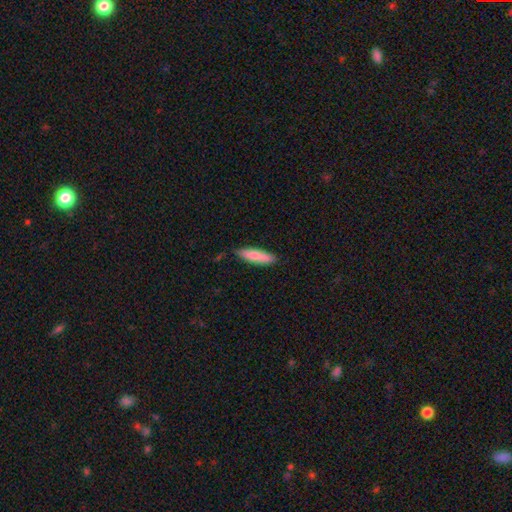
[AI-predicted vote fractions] Smooth or featured? Predicted: smooth (p=0.83). How rounded? Predicted: cigar-shaped (p=0.68). Merging? Predicted: none (p=0.81).